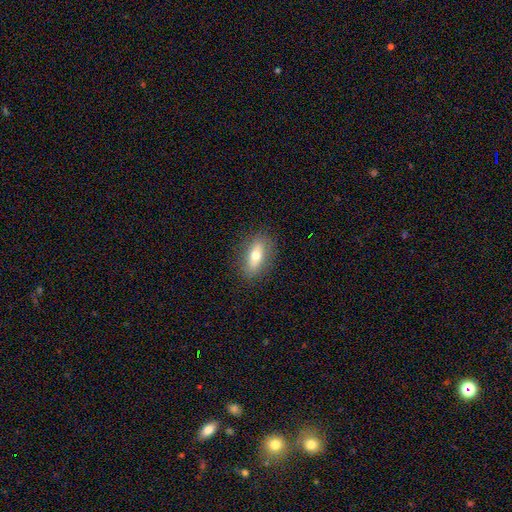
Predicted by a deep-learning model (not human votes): Smooth or featured? smooth (62%)
How rounded? in between (73%)
Merging? none (85%)